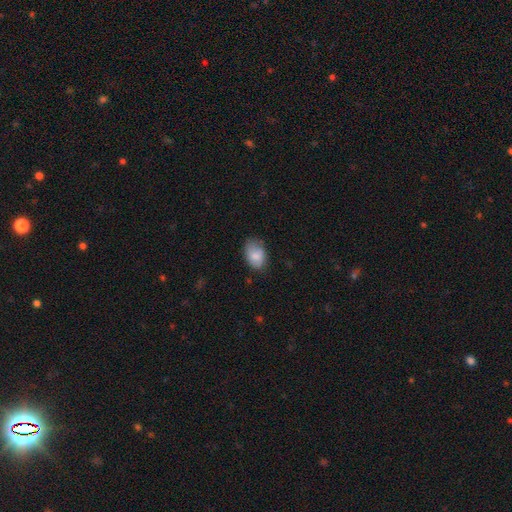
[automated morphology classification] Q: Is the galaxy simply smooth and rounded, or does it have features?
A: smooth — 83%.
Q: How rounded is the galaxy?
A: in between — 86%.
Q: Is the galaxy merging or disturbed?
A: none — 68%.